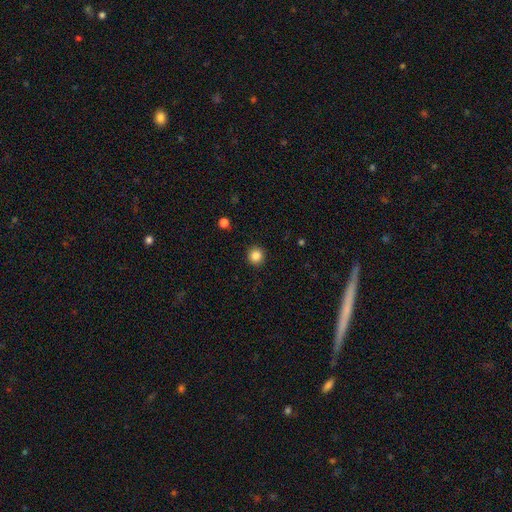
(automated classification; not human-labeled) Smooth or featured? smooth (85%)
How rounded? round (95%)
Merging? none (92%)